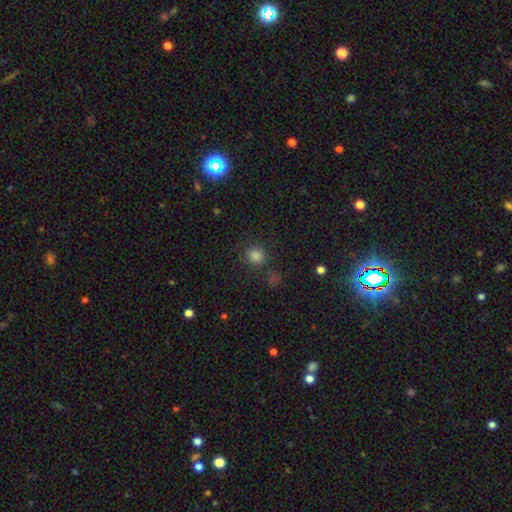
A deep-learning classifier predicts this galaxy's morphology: A smooth galaxy with no disk features (78%) that is round (91%).

Vote fractions:
- Smooth or featured? smooth: 78% / star or artifact: 18% / featured or disk: 4%
- How rounded? round: 91% / in between: 8% / cigar-shaped: 1%
- Merging? none: 80% / minor disturbance: 9% / merger: 6% / major disturbance: 4%